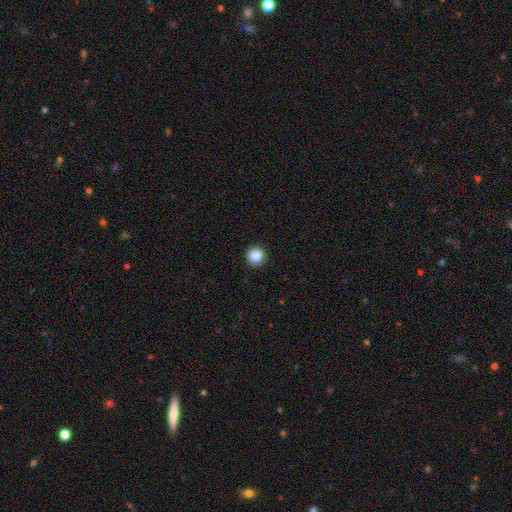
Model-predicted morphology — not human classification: Q: Smooth or featured?
A: smooth (87%); runner-up: star or artifact (10%)
Q: How rounded?
A: round (95%); runner-up: in between (4%)
Q: Merging?
A: none (92%); runner-up: minor disturbance (5%)